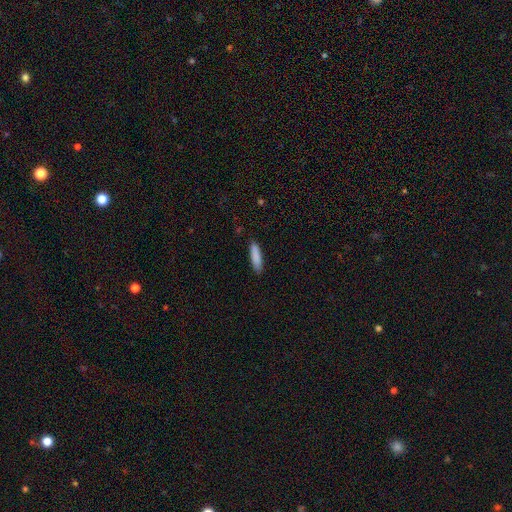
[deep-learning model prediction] Smooth or featured: smooth — 87% (featured or disk — 7%)
How rounded: cigar-shaped — 74% (in between — 25%)
Merging: none — 86% (minor disturbance — 11%)